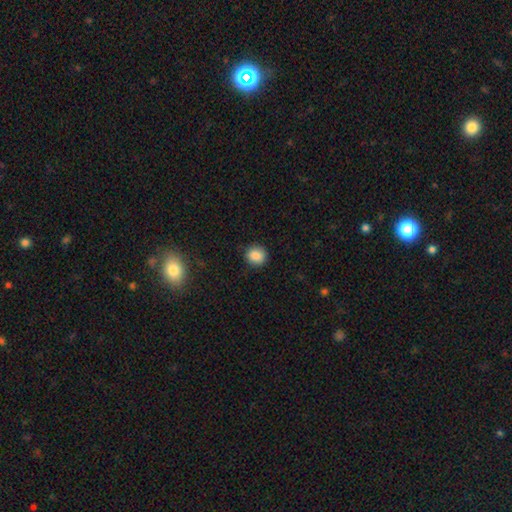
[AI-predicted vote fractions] smooth 86%, star or artifact 10%, featured or disk 4%. Down the decision tree: how rounded — round (85%); merging — none (89%).